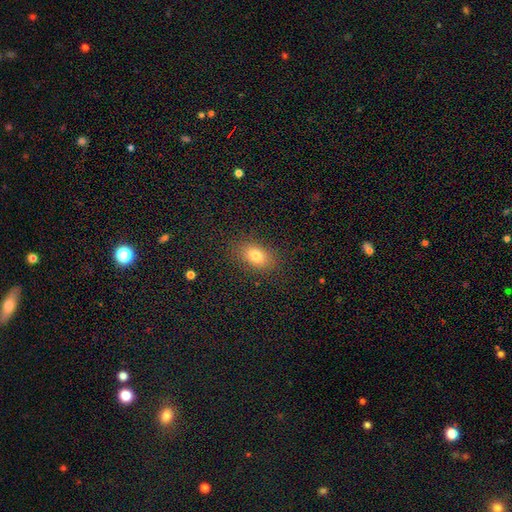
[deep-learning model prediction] smooth 78%, star or artifact 12%, featured or disk 10%. Down the decision tree: how rounded — in between (80%); merging — none (85%).